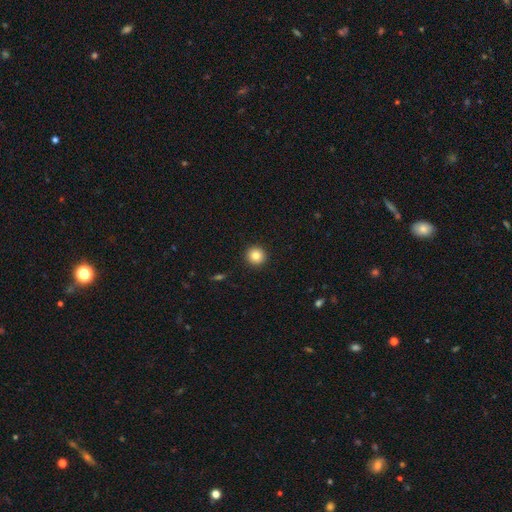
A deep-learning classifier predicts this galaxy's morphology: smooth 83%, star or artifact 10%, featured or disk 7%. Down the decision tree: how rounded — round (95%); merging — none (93%).